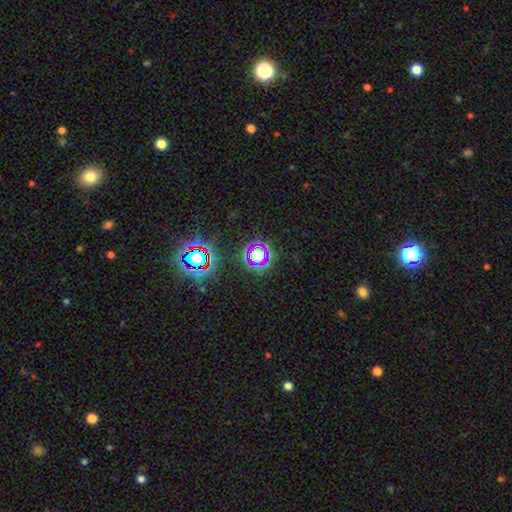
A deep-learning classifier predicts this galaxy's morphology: type=star or artifact (63%).